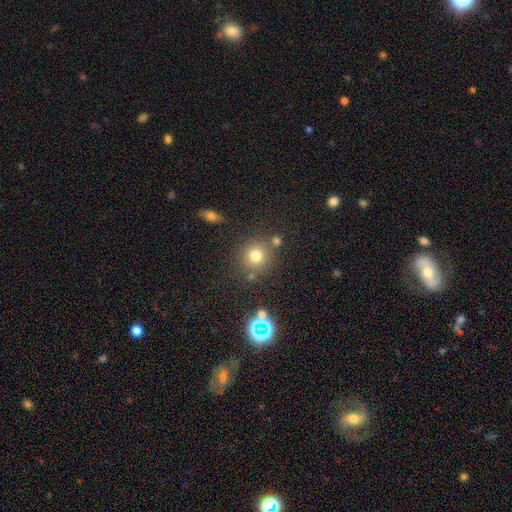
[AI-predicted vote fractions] smooth_or_featured: smooth (p=0.74) [alt: star or artifact p=0.18]
how_rounded: round (p=0.91) [alt: in between p=0.08]
merging: none (p=0.78) [alt: minor disturbance p=0.09]